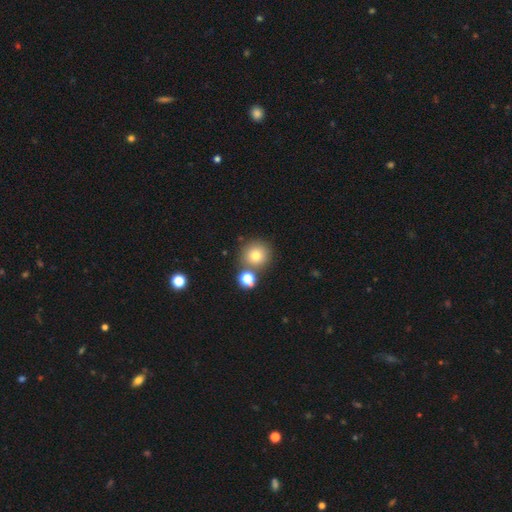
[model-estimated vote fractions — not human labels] Q: Smooth or featured?
A: smooth (75%); runner-up: star or artifact (15%)
Q: How rounded?
A: round (92%); runner-up: in between (7%)
Q: Merging?
A: none (73%); runner-up: merger (16%)